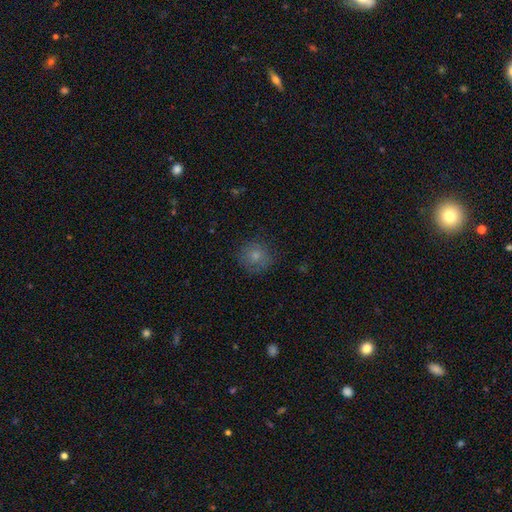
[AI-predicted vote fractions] This appears to be a smooth galaxy with no disk features (77%) that is round (88%). Merging: none (76%).